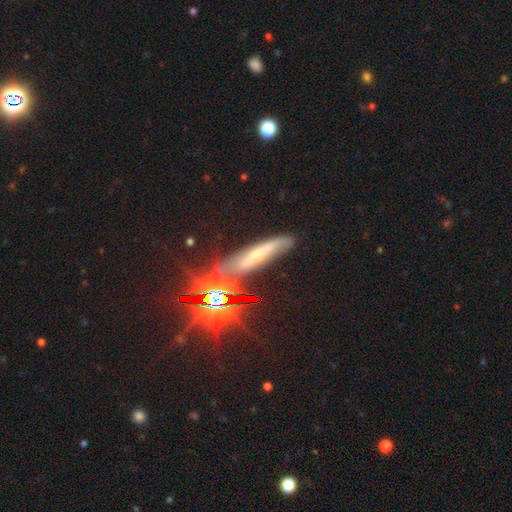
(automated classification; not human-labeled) Overall: star or artifact (37%; featured or disk 36%).